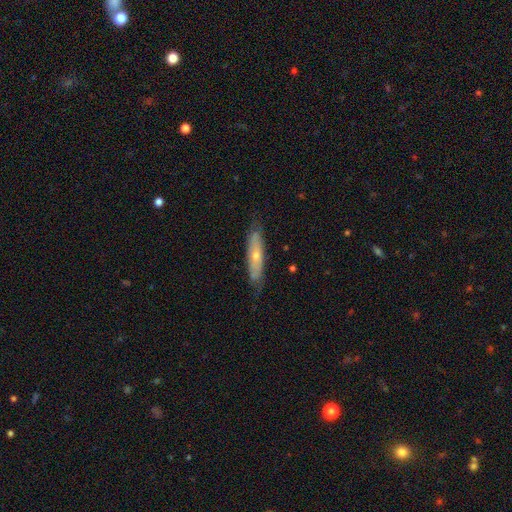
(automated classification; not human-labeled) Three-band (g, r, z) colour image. It shows a featured or disk galaxy (54%) viewed edge-on (54%). Merging: none (77%).